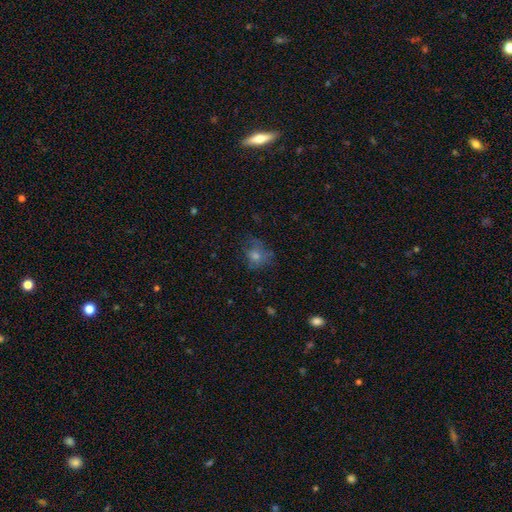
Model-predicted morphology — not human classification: The model was most divided on "smooth or featured": smooth: 56%, featured or disk: 24%, star or artifact: 20%. More confident: how rounded — round (72%); merging — none (58%).